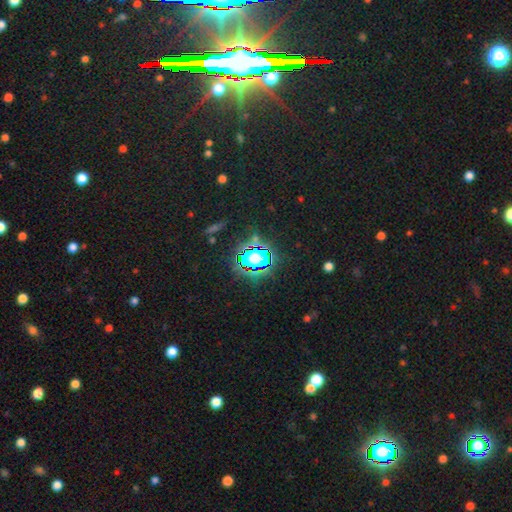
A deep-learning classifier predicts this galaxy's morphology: smooth_or_featured: star or artifact (p=0.65) [alt: smooth p=0.23]